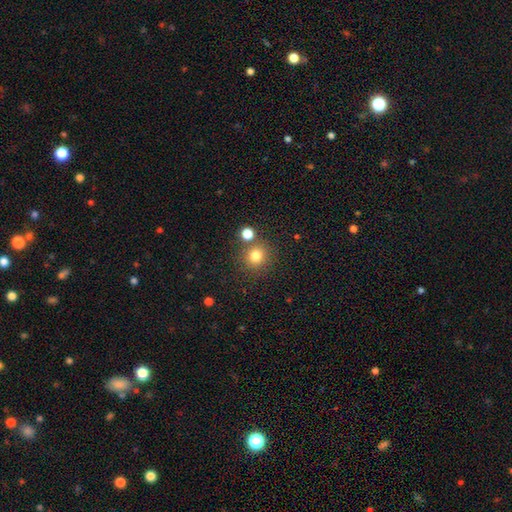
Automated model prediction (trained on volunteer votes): Overall: smooth (79%). How rounded: round (90%). Merging: none (77%).